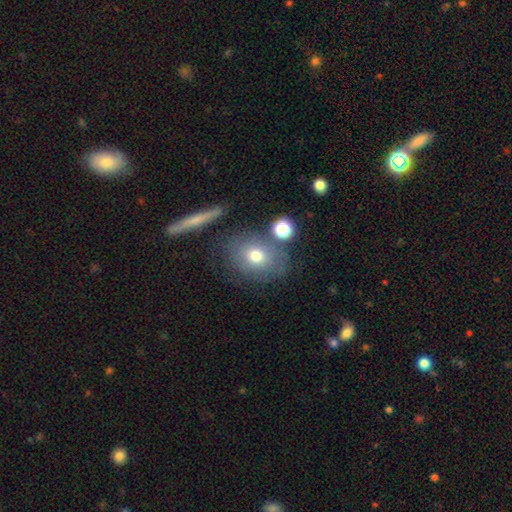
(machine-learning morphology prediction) This appears to be a smooth galaxy with no disk features (71%) that is round (50%). Merging: none (66%).